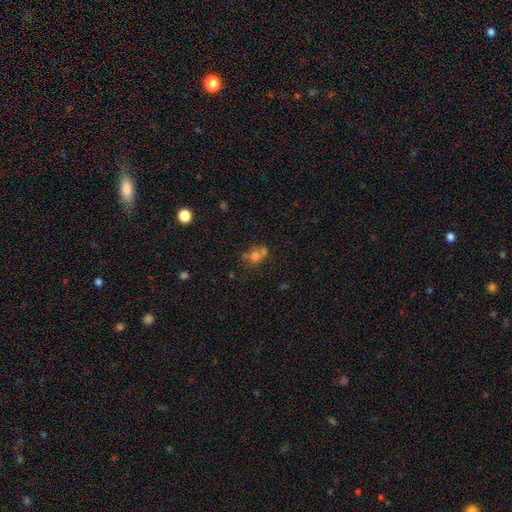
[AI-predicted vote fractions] This is likely a smooth galaxy (63%). How rounded: likely round (69%). Merging: possibly merger (45%).